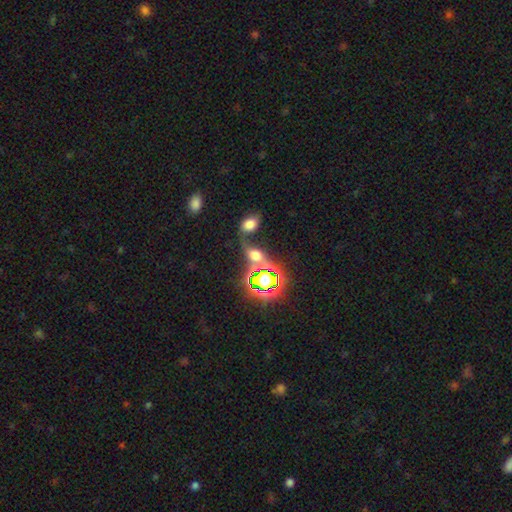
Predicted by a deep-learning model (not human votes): smooth_or_featured: star or artifact (p=0.45) [alt: smooth p=0.37]